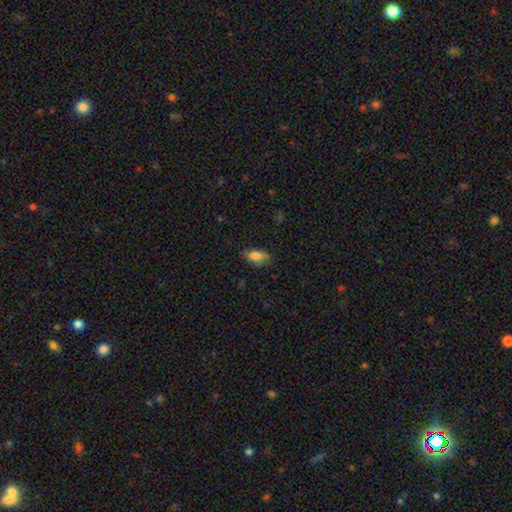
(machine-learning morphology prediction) A smooth galaxy with no disk features (80%) that is in between round and cigar-shaped (85%).

Vote fractions:
- Smooth or featured? smooth: 80% / featured or disk: 11% / star or artifact: 9%
- How rounded? in between: 85% / cigar-shaped: 10% / round: 4%
- Merging? none: 70% / minor disturbance: 22% / major disturbance: 6% / merger: 2%